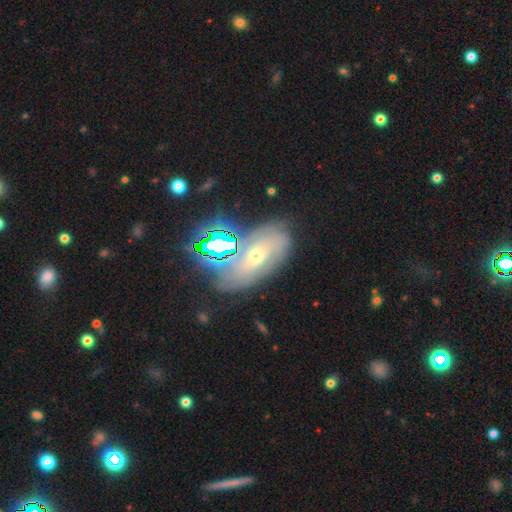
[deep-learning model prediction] The model was most divided on "smooth or featured": featured or disk: 55%, star or artifact: 23%, smooth: 22%. More confident: edge-on disk — no (91%); merging — none (67%).